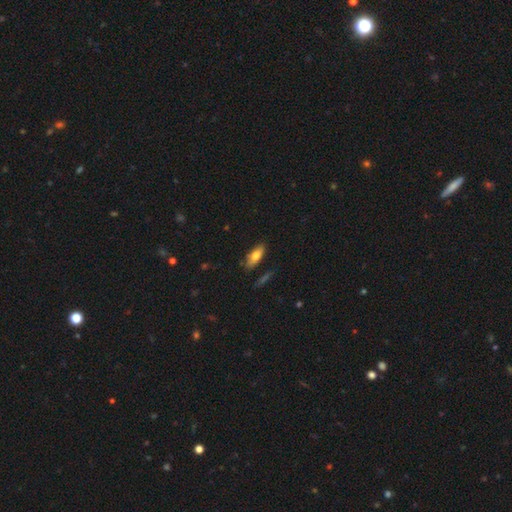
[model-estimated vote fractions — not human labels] Smooth or featured? Predicted: smooth (p=0.69). How rounded? Predicted: in between (p=0.69). Merging? Predicted: none (p=0.80).